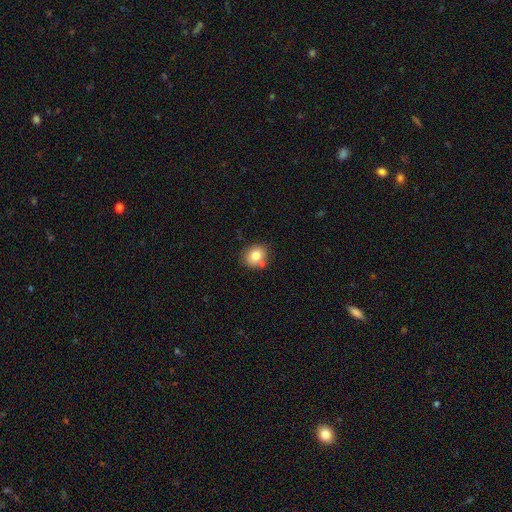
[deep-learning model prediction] smooth-or-featured: smooth: 81% | star or artifact: 10% | featured or disk: 9%
  how-rounded: round: 64% | in between: 35% | cigar-shaped: 1%
  merging: none: 70% | minor disturbance: 16% | merger: 10% | major disturbance: 4%